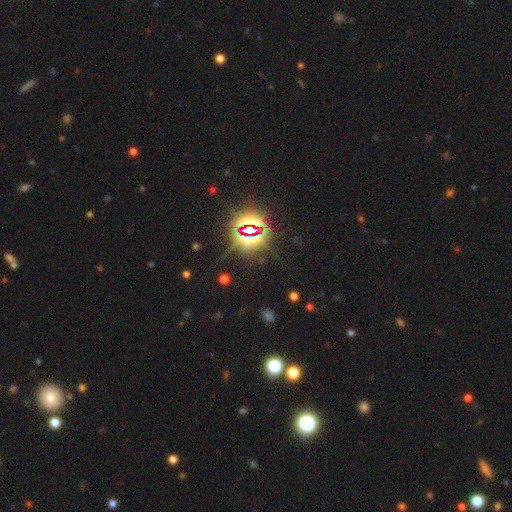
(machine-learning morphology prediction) star or artifact 77%, smooth 16%, featured or disk 8%.